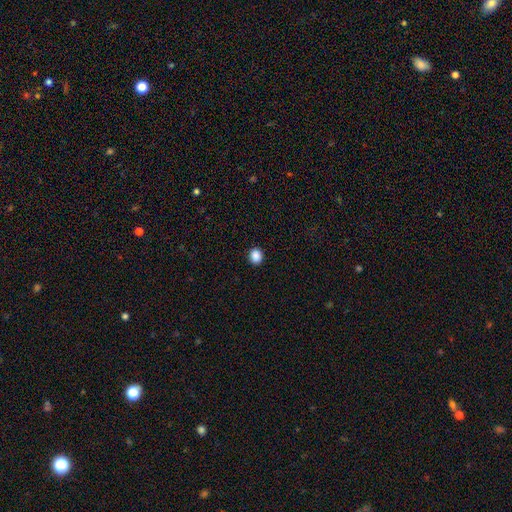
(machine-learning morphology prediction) smooth 88%, star or artifact 9%, featured or disk 3%. Down the decision tree: how rounded — round (75%); merging — none (92%).